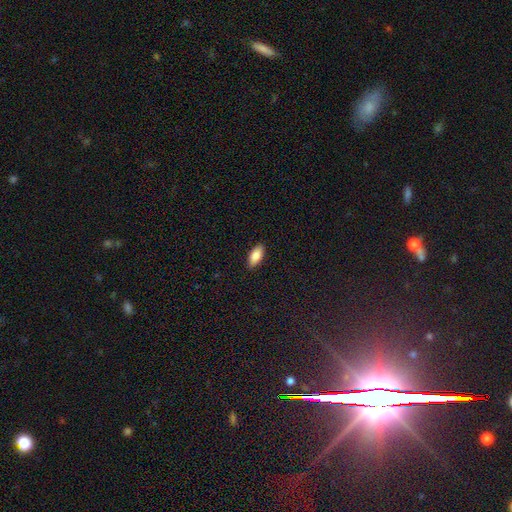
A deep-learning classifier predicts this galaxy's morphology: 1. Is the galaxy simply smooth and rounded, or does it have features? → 85% smooth, 8% featured or disk, 7% star or artifact.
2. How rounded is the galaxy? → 88% in between, 10% cigar-shaped, 2% round.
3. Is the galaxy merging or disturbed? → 88% none, 9% minor disturbance, 2% major disturbance, 1% merger.